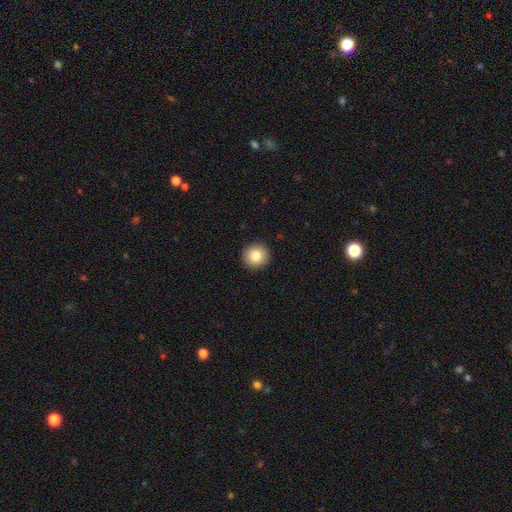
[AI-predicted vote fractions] smooth-or-featured: smooth: 83% | star or artifact: 9% | featured or disk: 8%
  how-rounded: round: 94% | in between: 5% | cigar-shaped: 1%
  merging: none: 93% | minor disturbance: 5% | major disturbance: 1% | merger: 1%